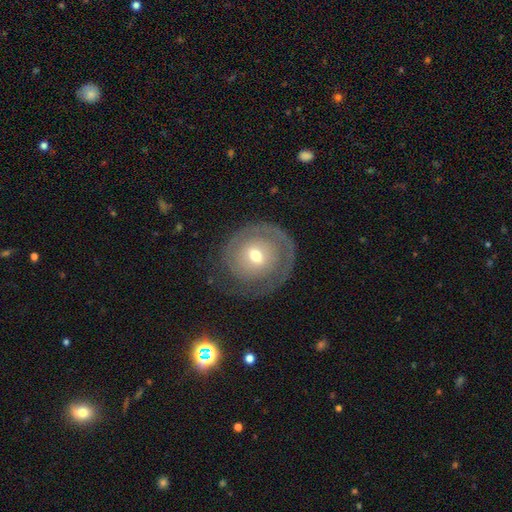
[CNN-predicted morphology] type=featured or disk (65%); edge-on=no (96%); bar=no (60%); spiral arms=yes (71%); bulge=moderate (54%); merging=none (66%).